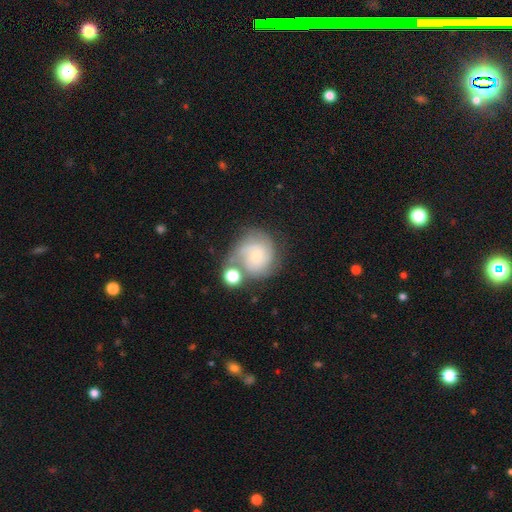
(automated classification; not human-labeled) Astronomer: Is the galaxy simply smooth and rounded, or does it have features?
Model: featured or disk — 61%.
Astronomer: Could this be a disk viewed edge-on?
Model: no — 98%.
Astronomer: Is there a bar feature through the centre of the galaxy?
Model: no — 72%.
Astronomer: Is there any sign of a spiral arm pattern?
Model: yes — 89%.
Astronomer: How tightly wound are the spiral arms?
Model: tight — 53% (runner-up: medium, 35%).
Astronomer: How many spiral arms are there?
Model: can't tell — 31% (runner-up: 3, 27%).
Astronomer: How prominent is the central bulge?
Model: small — 59%.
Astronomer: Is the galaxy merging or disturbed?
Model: none — 51%.